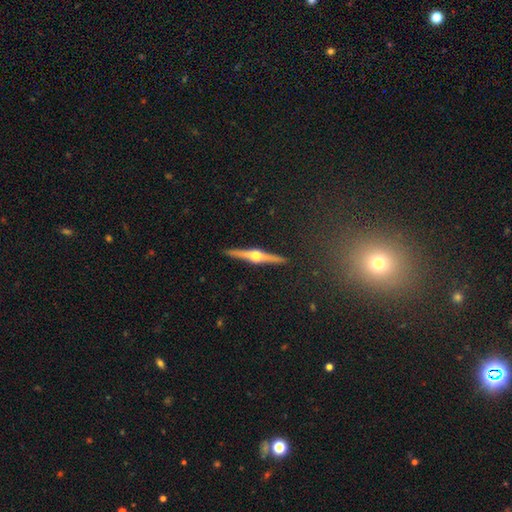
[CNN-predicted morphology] featured or disk 81%, smooth 13%, star or artifact 6%. Down the decision tree: edge-on disk — yes (98%); edge-on bulge — rounded (95%); merging — none (92%).